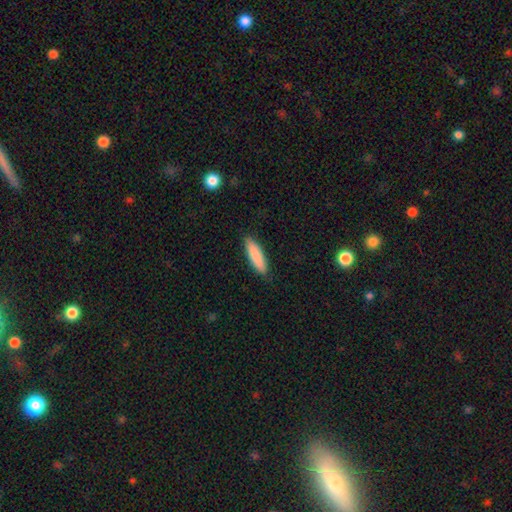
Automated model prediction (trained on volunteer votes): Smooth or featured?
  - smooth: 87% *
  - featured or disk: 7%
  - star or artifact: 5%
How rounded?
  - cigar-shaped: 67% *
  - in between: 32%
  - round: 1%
Merging?
  - none: 89% *
  - minor disturbance: 9%
  - major disturbance: 2%
  - merger: 1%